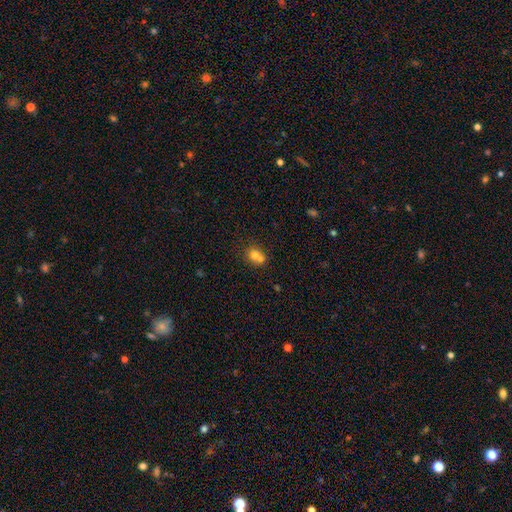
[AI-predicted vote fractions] smooth 72%, featured or disk 16%, star or artifact 12%. Down the decision tree: how rounded — round (75%); merging — merger (59%).